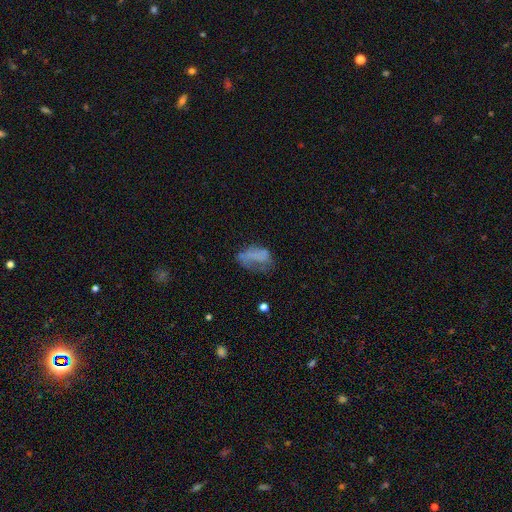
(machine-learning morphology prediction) Smooth or featured?
  - smooth: 58% *
  - featured or disk: 28%
  - star or artifact: 14%
How rounded?
  - in between: 87% *
  - round: 9%
  - cigar-shaped: 4%
Merging?
  - major disturbance: 36% *
  - none: 32%
  - minor disturbance: 27%
  - merger: 5%